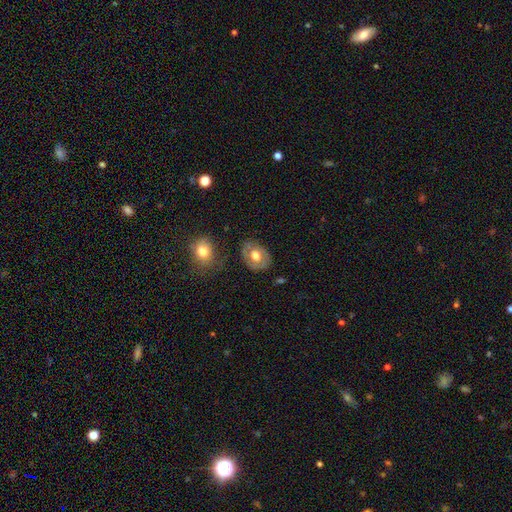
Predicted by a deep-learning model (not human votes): Morphology: type=smooth (51%); roundness=in between (66%); merging=none (77%).